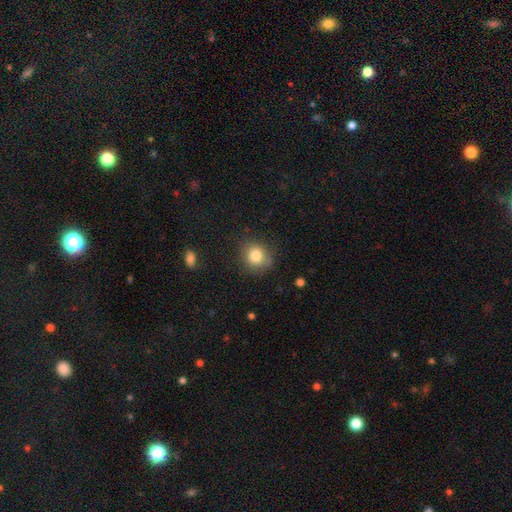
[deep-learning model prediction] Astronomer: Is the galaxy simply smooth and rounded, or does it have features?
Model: smooth — 82%.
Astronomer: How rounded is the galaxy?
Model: round — 81%.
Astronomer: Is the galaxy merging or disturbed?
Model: none — 80%.